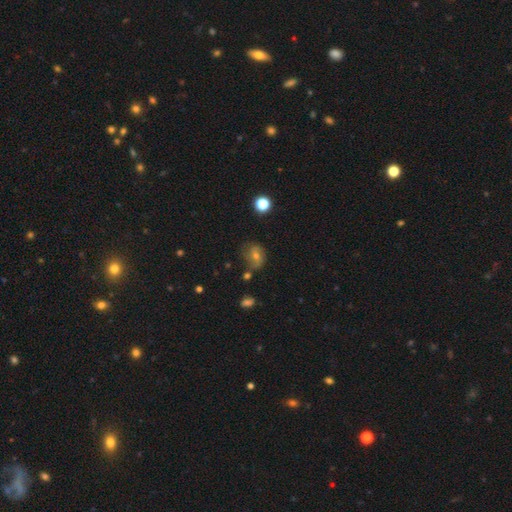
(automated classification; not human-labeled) This appears to be a featured or disk galaxy (40%). Merging: none (63%).